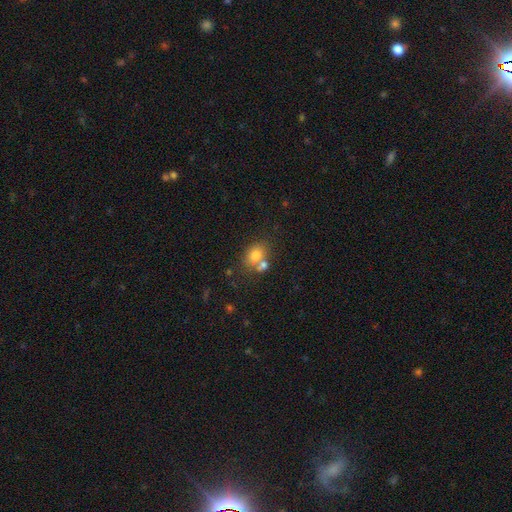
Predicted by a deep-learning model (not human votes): Smooth or featured: smooth — 76% (featured or disk — 13%)
How rounded: in between — 53% (round — 45%)
Merging: none — 48% (merger — 34%)